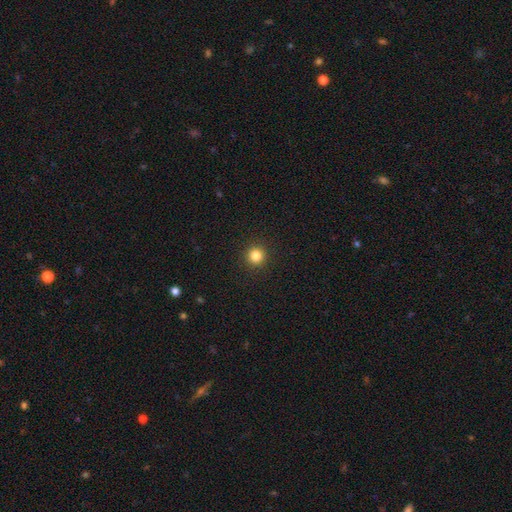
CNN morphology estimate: Smooth or featured?
  - smooth: 83% *
  - star or artifact: 13%
  - featured or disk: 4%
How rounded?
  - round: 95% *
  - in between: 4%
  - cigar-shaped: 1%
Merging?
  - none: 93% *
  - minor disturbance: 4%
  - major disturbance: 2%
  - merger: 1%